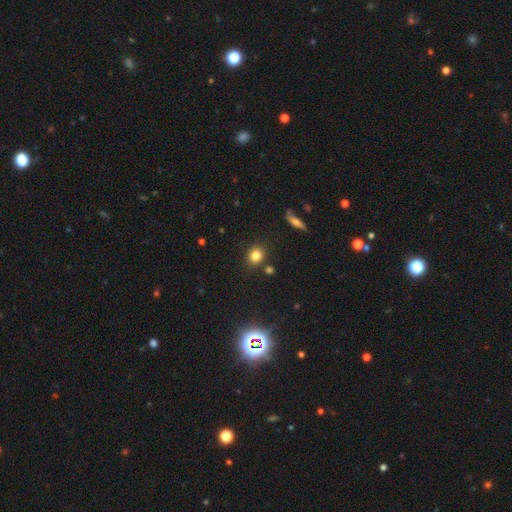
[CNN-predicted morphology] smooth-or-featured: smooth: 80% | star or artifact: 13% | featured or disk: 7%
  how-rounded: round: 73% | in between: 25% | cigar-shaped: 2%
  merging: none: 83% | minor disturbance: 9% | merger: 5% | major disturbance: 3%